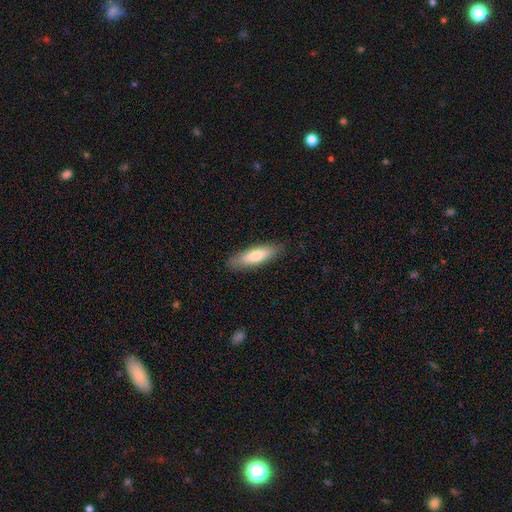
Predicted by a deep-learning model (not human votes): Q: Smooth or featured?
A: smooth (75%); runner-up: featured or disk (20%)
Q: How rounded?
A: cigar-shaped (62%); runner-up: in between (37%)
Q: Merging?
A: none (87%); runner-up: minor disturbance (10%)